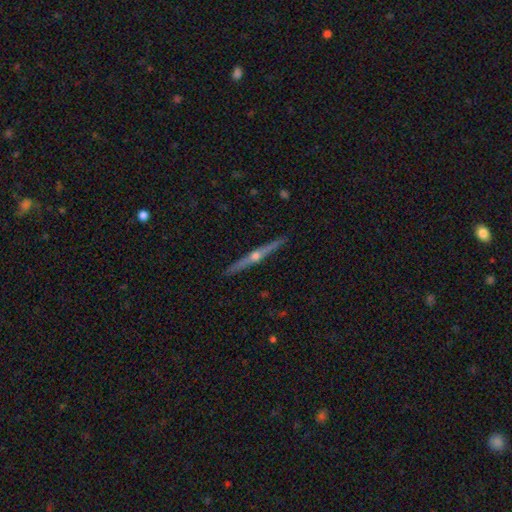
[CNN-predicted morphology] Smooth or featured? featured or disk (83%)
Edge-on disk? yes (98%)
Edge-on bulge? rounded (91%)
Merging? none (92%)